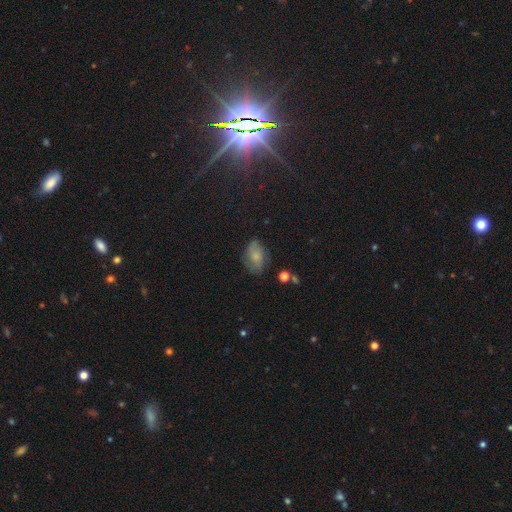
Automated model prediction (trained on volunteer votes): Smooth or featured? smooth (65%)
How rounded? in between (88%)
Merging? none (65%)